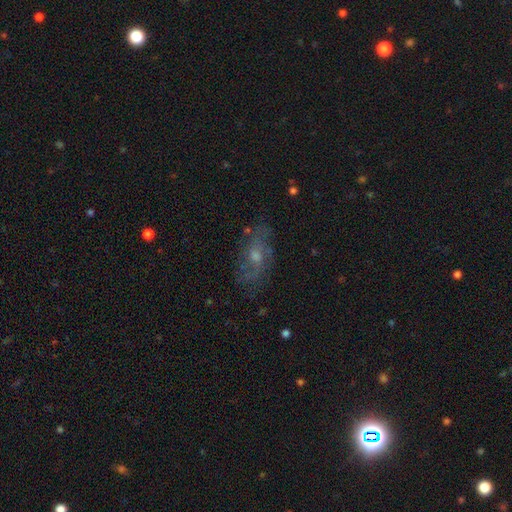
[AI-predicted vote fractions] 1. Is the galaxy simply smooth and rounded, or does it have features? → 61% featured or disk, 25% smooth, 14% star or artifact.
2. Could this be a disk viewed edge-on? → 89% no, 11% yes.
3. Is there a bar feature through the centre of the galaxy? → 67% no, 28% weak, 5% strong.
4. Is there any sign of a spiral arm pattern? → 76% yes, 24% no.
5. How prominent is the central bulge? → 56% moderate, 33% small, 6% large, 5% none, 1% dominant.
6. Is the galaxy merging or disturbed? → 71% none, 18% minor disturbance, 9% major disturbance, 2% merger.